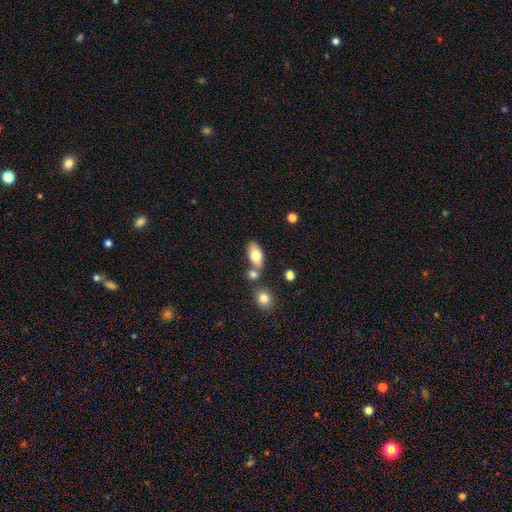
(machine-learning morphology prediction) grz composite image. It shows a smooth galaxy with no disk features (76%) that is in between round and cigar-shaped (91%). Merging: none (58%).